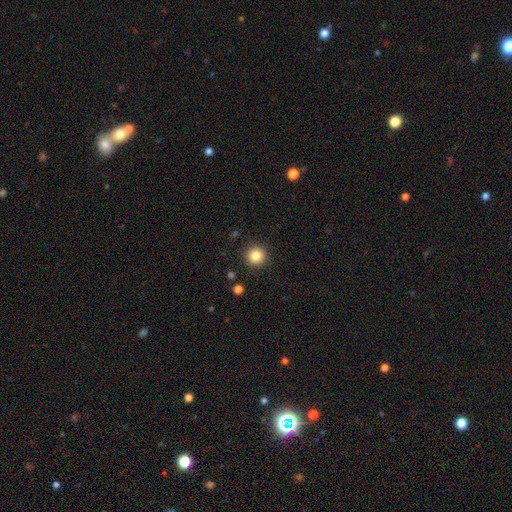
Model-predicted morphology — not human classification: A smooth galaxy with no disk features (84%) that is round (95%).

Vote fractions:
- Smooth or featured? smooth: 84% / star or artifact: 11% / featured or disk: 5%
- How rounded? round: 95% / in between: 4% / cigar-shaped: 1%
- Merging? none: 91% / minor disturbance: 6% / major disturbance: 2% / merger: 1%